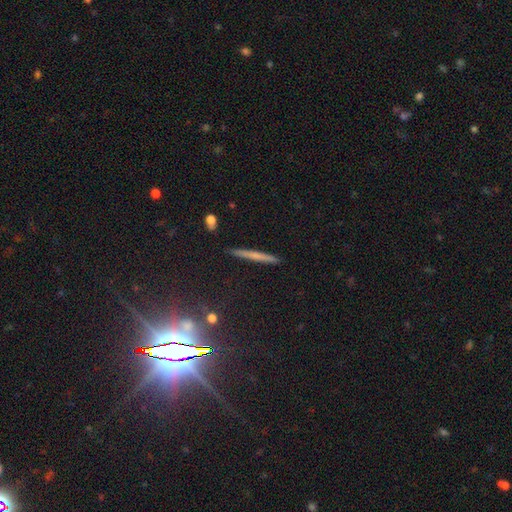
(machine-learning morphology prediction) Smooth or featured?
  - smooth: 48% *
  - featured or disk: 40%
  - star or artifact: 12%
Merging?
  - none: 90% *
  - minor disturbance: 7%
  - major disturbance: 1%
  - merger: 1%